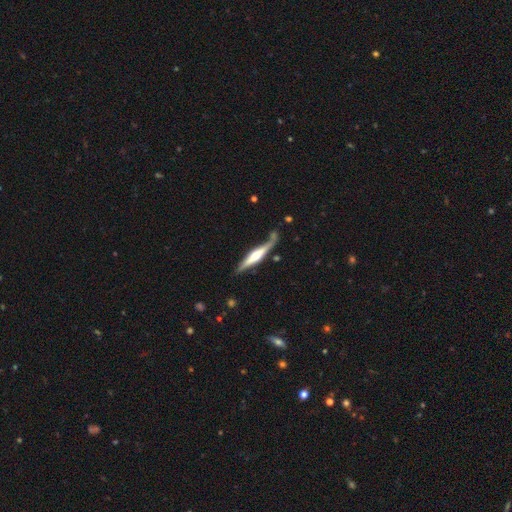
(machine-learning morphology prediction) A featured or disk galaxy (67%) viewed edge-on (95%) with a rounded central bulge (78%). Merging: none (67%).